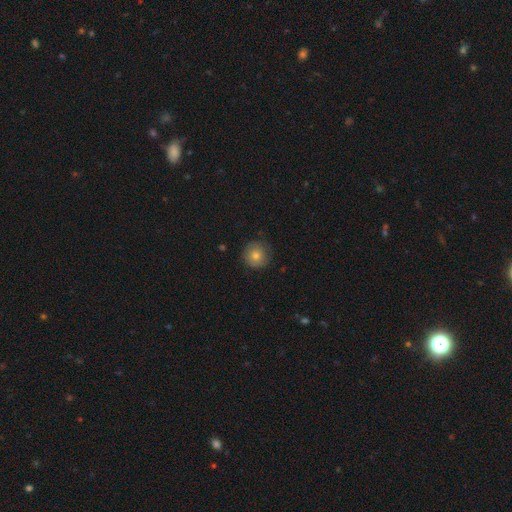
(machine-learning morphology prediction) A smooth galaxy with no disk features (76%) that is round (95%). Merging: none (83%).